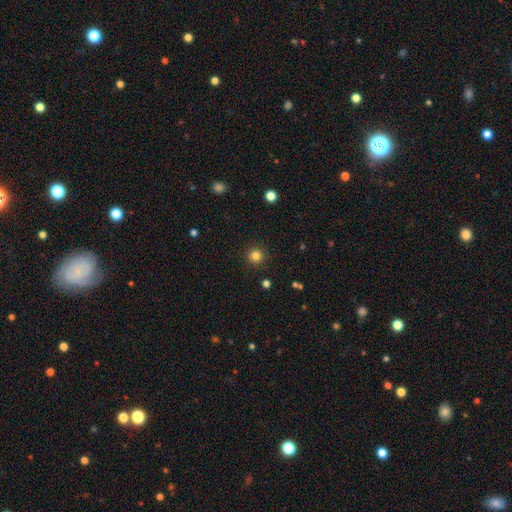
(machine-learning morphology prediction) smooth 82%, star or artifact 13%, featured or disk 5%. Down the decision tree: how rounded — round (95%); merging — none (92%).